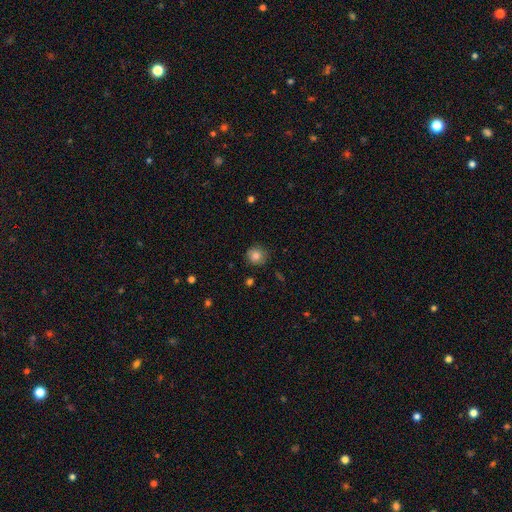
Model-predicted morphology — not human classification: Smooth or featured? Predicted: smooth (p=0.80). How rounded? Predicted: round (p=0.89). Merging? Predicted: none (p=0.84).